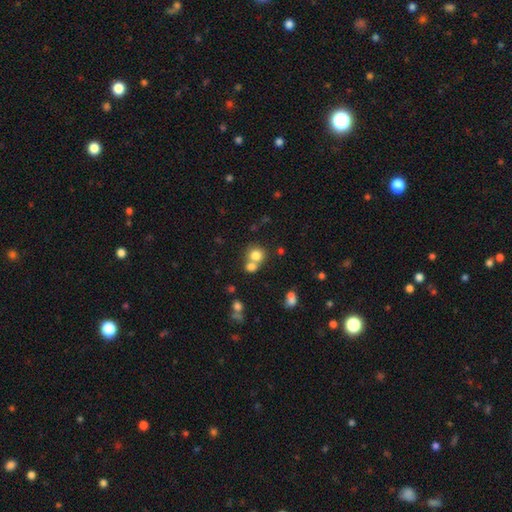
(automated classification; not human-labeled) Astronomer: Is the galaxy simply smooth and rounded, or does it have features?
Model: smooth — 78%.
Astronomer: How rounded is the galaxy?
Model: round — 83%.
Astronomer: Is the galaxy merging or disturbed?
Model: merger — 46% (runner-up: none, 44%).